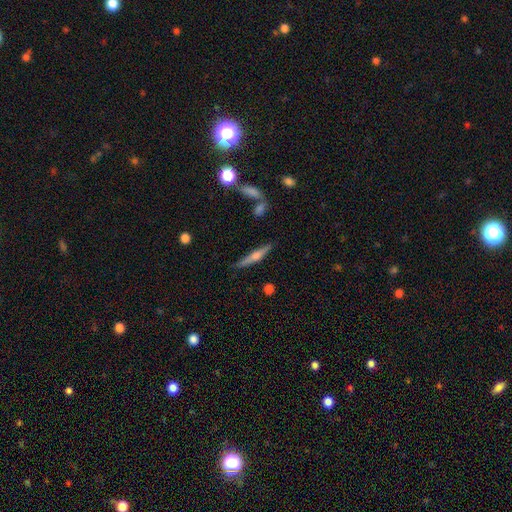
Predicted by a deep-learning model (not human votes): Morphology: type=featured or disk (60%); edge-on=yes (96%); edge-on bulge=rounded (85%); merging=none (85%).